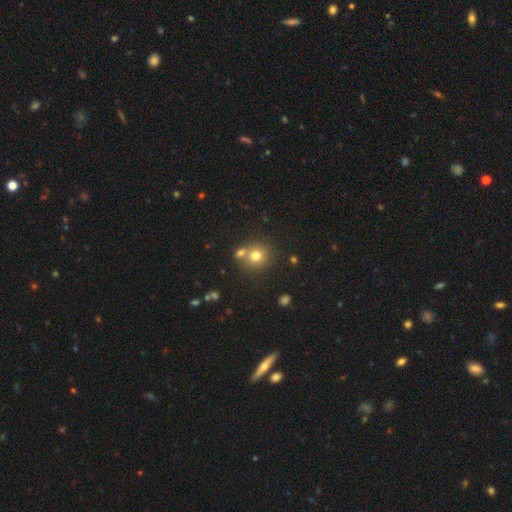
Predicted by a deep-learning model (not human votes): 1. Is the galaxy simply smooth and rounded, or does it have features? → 75% smooth, 14% star or artifact, 11% featured or disk.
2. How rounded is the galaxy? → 88% round, 12% in between, 1% cigar-shaped.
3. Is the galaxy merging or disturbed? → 60% none, 29% merger, 8% minor disturbance, 3% major disturbance.